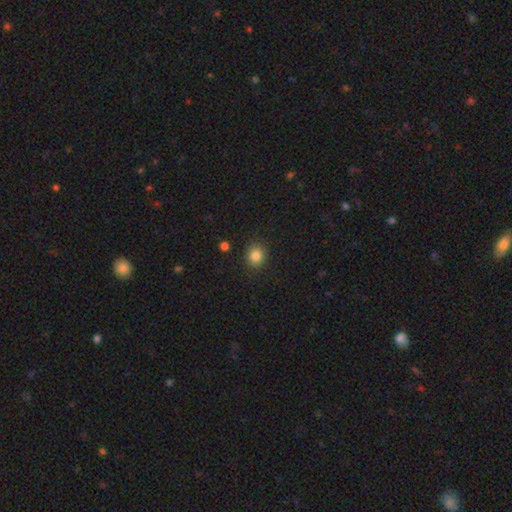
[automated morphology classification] Smooth or featured?
  - smooth: 84% *
  - star or artifact: 11%
  - featured or disk: 5%
How rounded?
  - round: 79% *
  - in between: 20%
  - cigar-shaped: 1%
Merging?
  - none: 88% *
  - minor disturbance: 8%
  - major disturbance: 2%
  - merger: 2%